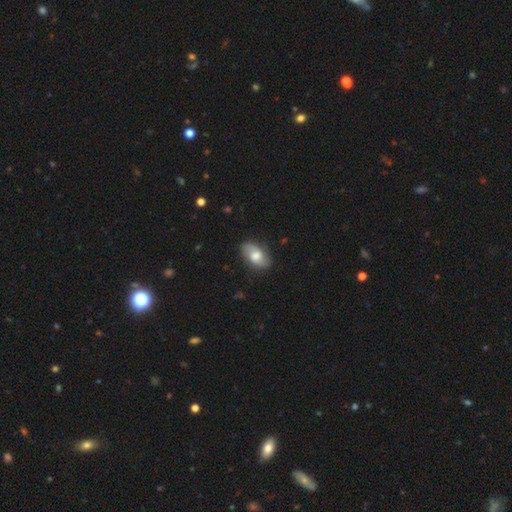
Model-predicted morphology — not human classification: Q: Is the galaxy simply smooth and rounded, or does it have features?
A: smooth — 52%.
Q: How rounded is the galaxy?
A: in between — 91%.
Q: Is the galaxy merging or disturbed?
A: none — 75%.